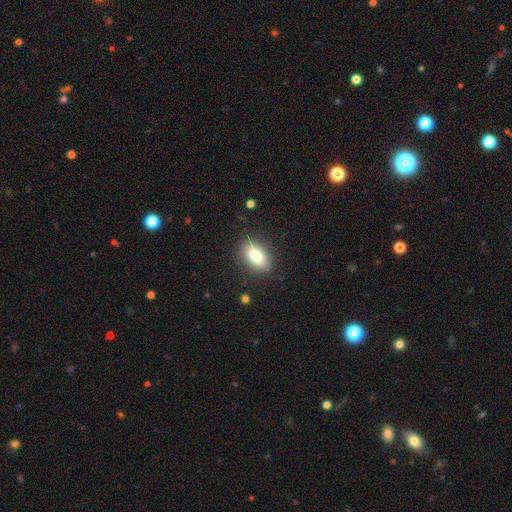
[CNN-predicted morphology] Q: Smooth or featured?
A: smooth (77%); runner-up: featured or disk (15%)
Q: How rounded?
A: in between (86%); runner-up: round (10%)
Q: Merging?
A: none (86%); runner-up: minor disturbance (10%)